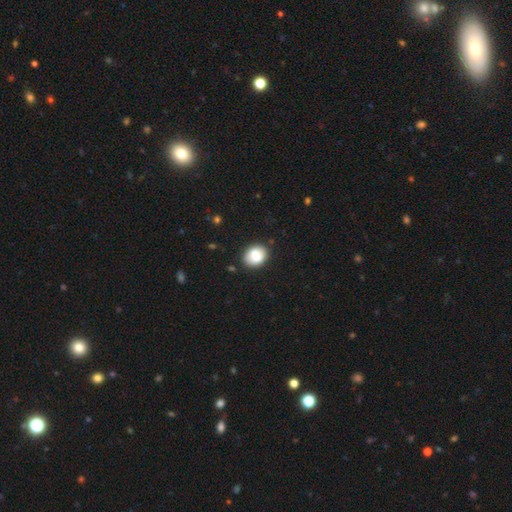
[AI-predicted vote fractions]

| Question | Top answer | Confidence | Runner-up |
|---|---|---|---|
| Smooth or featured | smooth | 84% | featured or disk (8%) |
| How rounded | in between | 52% | round (47%) |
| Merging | none | 83% | minor disturbance (13%) |